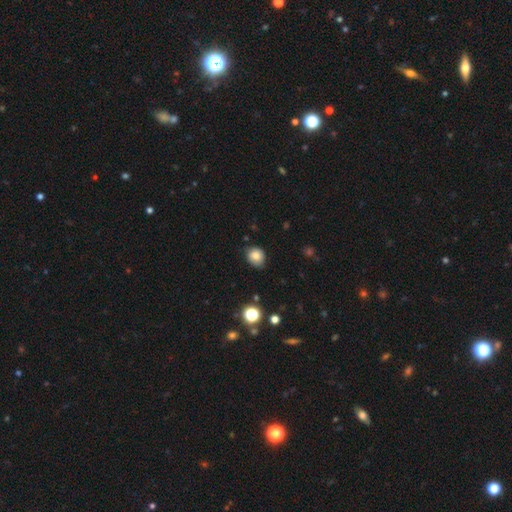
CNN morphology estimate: A smooth galaxy with no disk features (82%) that is round (70%).

Vote fractions:
- Smooth or featured? smooth: 82% / star or artifact: 11% / featured or disk: 7%
- How rounded? round: 70% / in between: 29% / cigar-shaped: 1%
- Merging? none: 75% / minor disturbance: 20% / major disturbance: 3% / merger: 2%